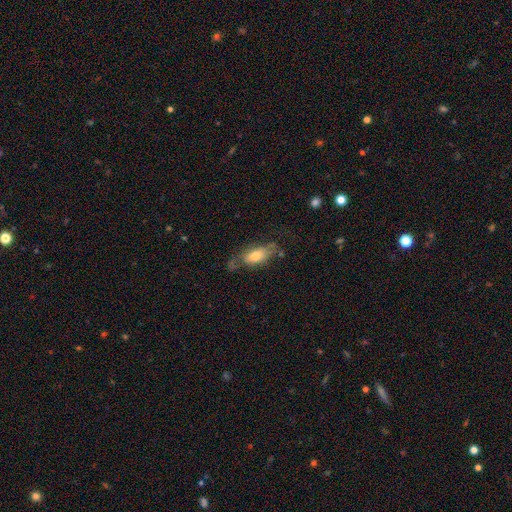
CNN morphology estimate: type=smooth (60%); roundness=in between (79%); merging=none (49%).